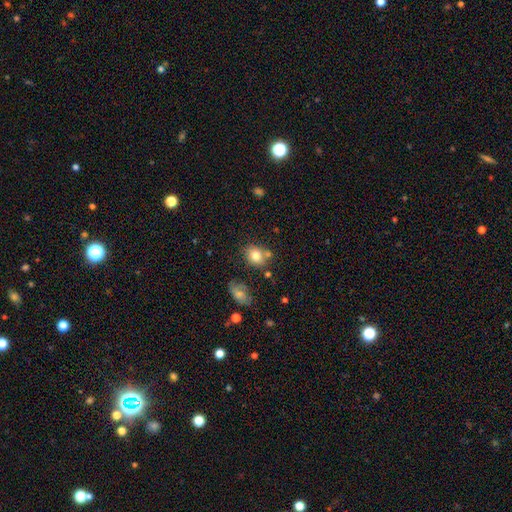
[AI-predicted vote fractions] A smooth galaxy with no disk features (80%) that is round (53%). Merging: none (64%).